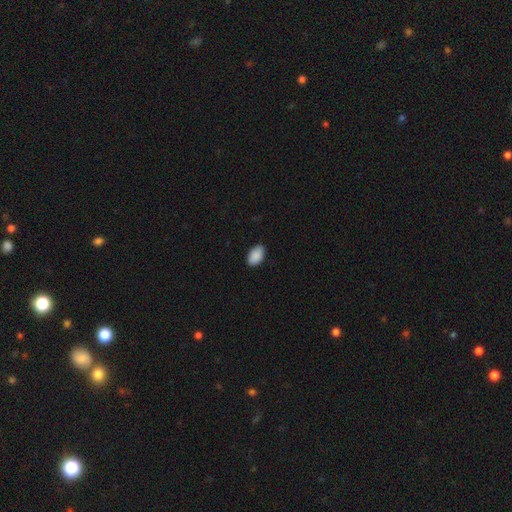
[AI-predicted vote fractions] Smooth or featured?
  - smooth: 91% *
  - star or artifact: 6%
  - featured or disk: 3%
How rounded?
  - in between: 94% *
  - round: 5%
  - cigar-shaped: 1%
Merging?
  - none: 88% *
  - minor disturbance: 9%
  - major disturbance: 2%
  - merger: 1%